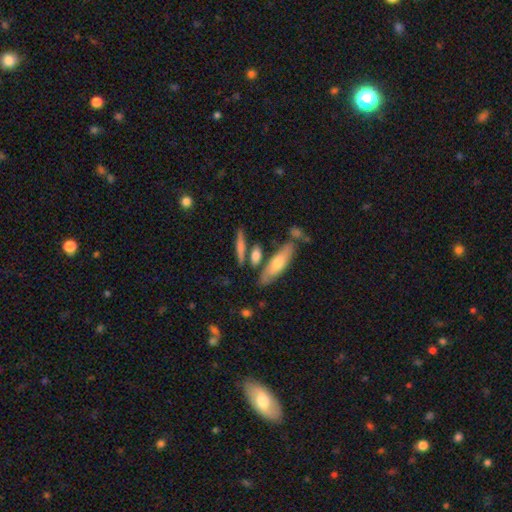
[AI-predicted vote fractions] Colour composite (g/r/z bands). It shows a smooth galaxy with no disk features (61%) that is cigar-shaped (62%). Merging: none (67%).